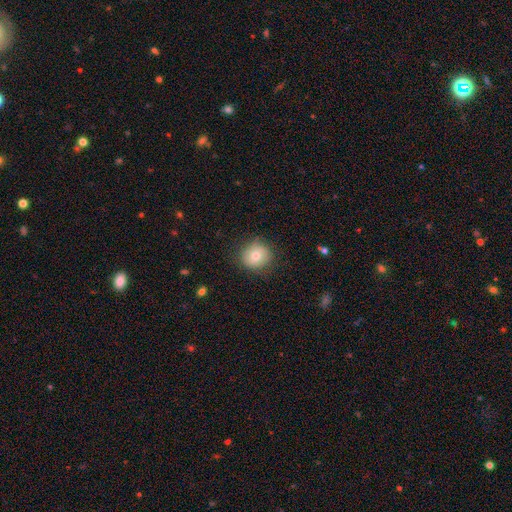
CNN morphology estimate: Smooth or featured: smooth — 73% (featured or disk — 18%)
How rounded: round — 86% (in between — 13%)
Merging: none — 82% (minor disturbance — 14%)